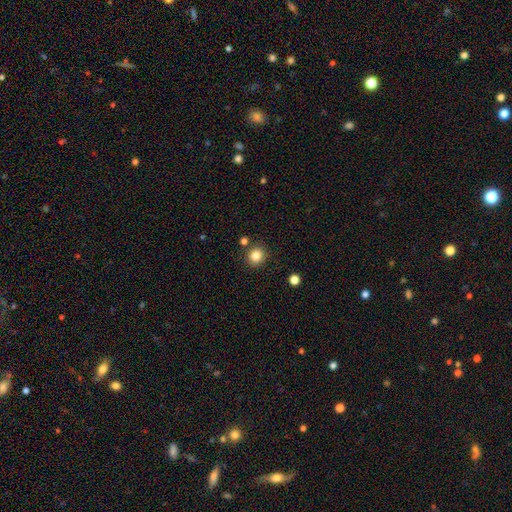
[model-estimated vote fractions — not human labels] The model was most divided on "smooth or featured": smooth: 84%, star or artifact: 11%, featured or disk: 5%. More confident: how rounded — round (90%); merging — none (86%).